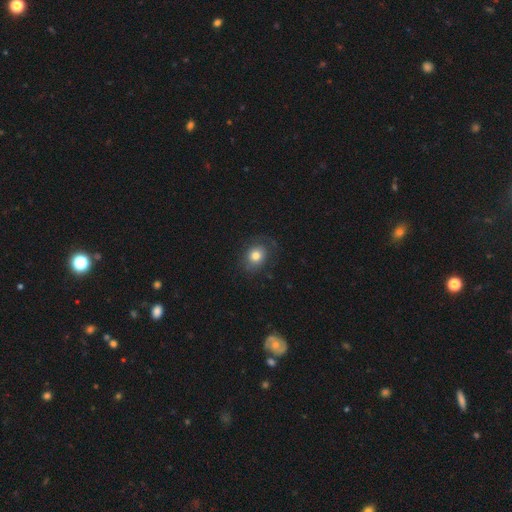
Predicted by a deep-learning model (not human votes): The model was most divided on "how rounded": round: 59%, in between: 40%, cigar-shaped: 1%. More confident: merging — none (72%); smooth or featured — smooth (70%).